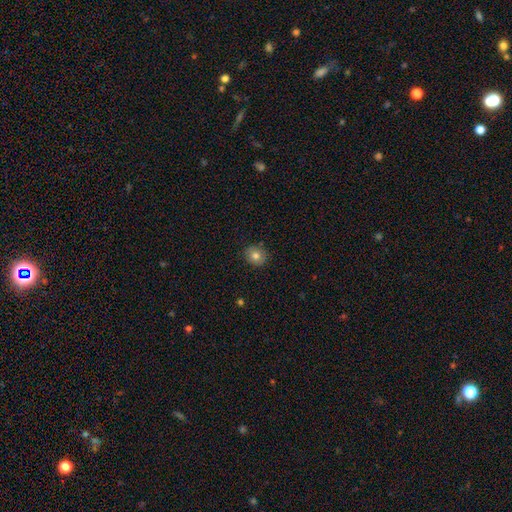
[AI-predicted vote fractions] smooth-or-featured: smooth: 80% | star or artifact: 10% | featured or disk: 10%
  how-rounded: round: 75% | in between: 24% | cigar-shaped: 1%
  merging: none: 87% | minor disturbance: 10% | major disturbance: 2% | merger: 1%